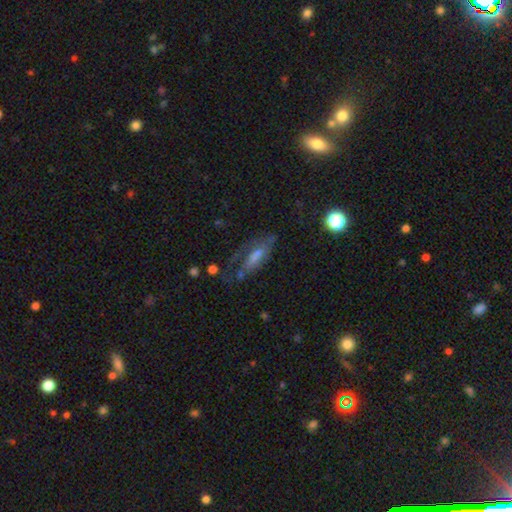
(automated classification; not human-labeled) smooth_or_featured: featured or disk (p=0.49) [alt: smooth p=0.36]
merging: none (p=0.47) [alt: major disturbance p=0.26]